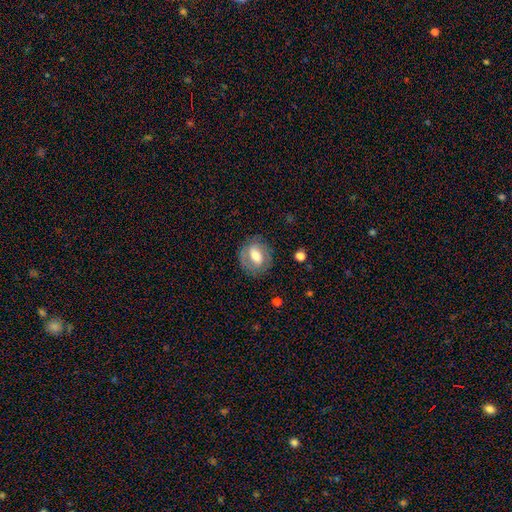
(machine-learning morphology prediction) Q: Smooth or featured?
A: smooth (47%); runner-up: featured or disk (46%)
Q: Merging?
A: none (77%); runner-up: minor disturbance (15%)